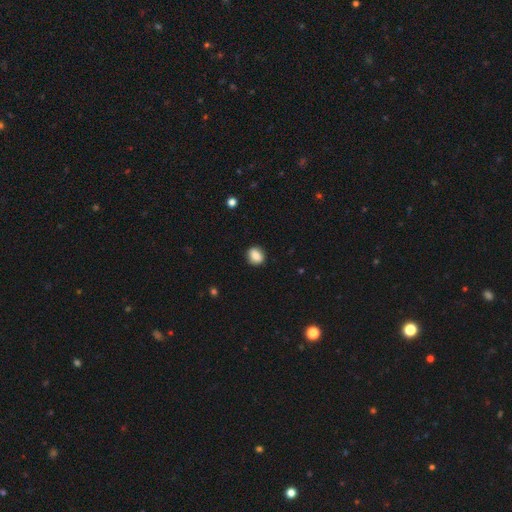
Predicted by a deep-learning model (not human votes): Overall: smooth (83%). How rounded: round (55%; in between 43%). Merging: none (87%).